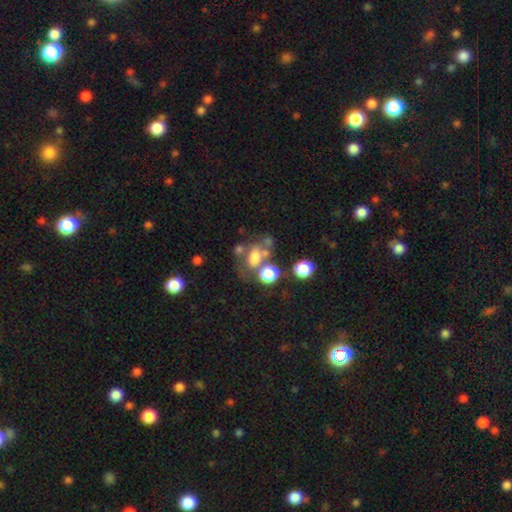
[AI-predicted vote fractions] Smooth or featured?
  - smooth: 58% *
  - featured or disk: 25%
  - star or artifact: 17%
How rounded?
  - in between: 62% *
  - round: 36%
  - cigar-shaped: 2%
Merging?
  - merger: 35% *
  - none: 33%
  - major disturbance: 17%
  - minor disturbance: 14%